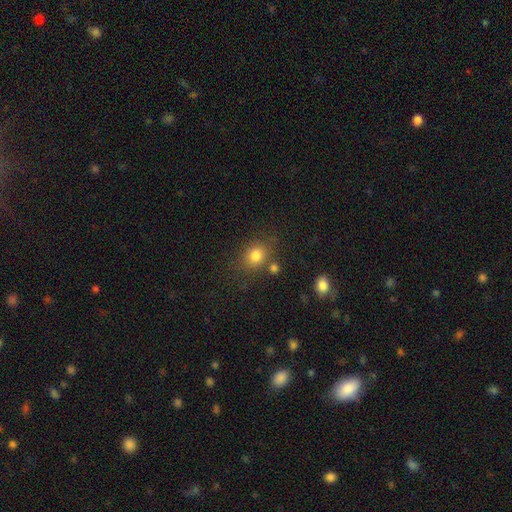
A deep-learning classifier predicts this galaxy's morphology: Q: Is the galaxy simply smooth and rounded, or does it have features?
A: smooth — 80%.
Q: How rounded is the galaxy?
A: round — 60%.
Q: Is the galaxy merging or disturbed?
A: none — 70%.